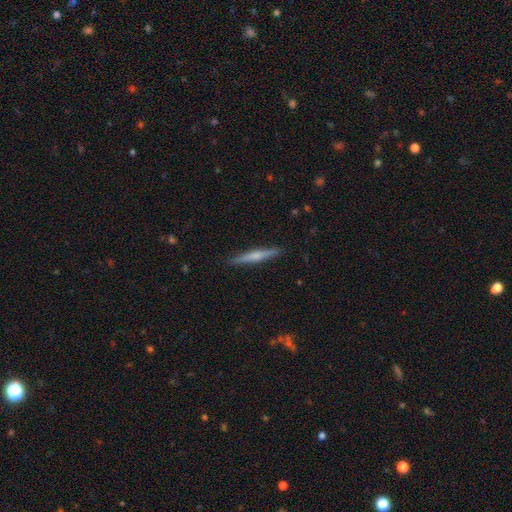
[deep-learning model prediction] A featured or disk galaxy (58%) viewed edge-on (97%) with a rounded central bulge (70%).

Vote fractions:
- Smooth or featured? featured or disk: 58% / smooth: 36% / star or artifact: 6%
- Edge-on disk? yes: 97% / no: 3%
- Edge-on bulge? rounded: 70% / none: 22% / boxy: 8%
- Merging? none: 90% / minor disturbance: 7% / major disturbance: 1% / merger: 1%